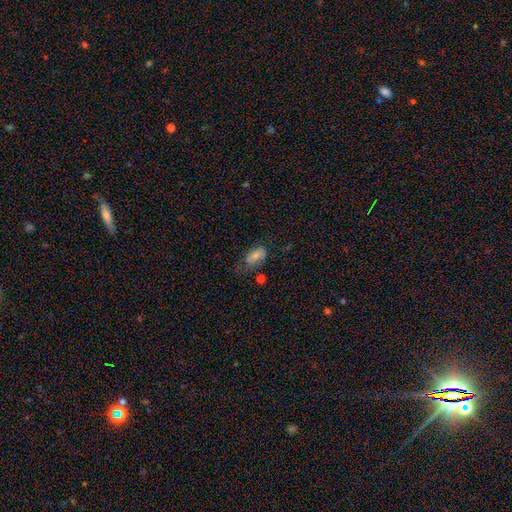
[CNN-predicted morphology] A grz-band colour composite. It shows a smooth galaxy with no disk features (66%) that is in between round and cigar-shaped (90%). Merging: none (37%).